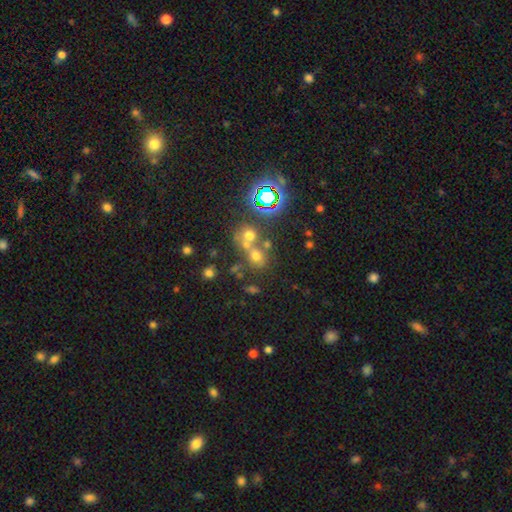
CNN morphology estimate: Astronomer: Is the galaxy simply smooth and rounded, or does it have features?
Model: smooth — 56%.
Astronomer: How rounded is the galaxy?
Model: round — 70%.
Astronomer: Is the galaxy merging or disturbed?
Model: none — 46% (runner-up: merger, 40%).